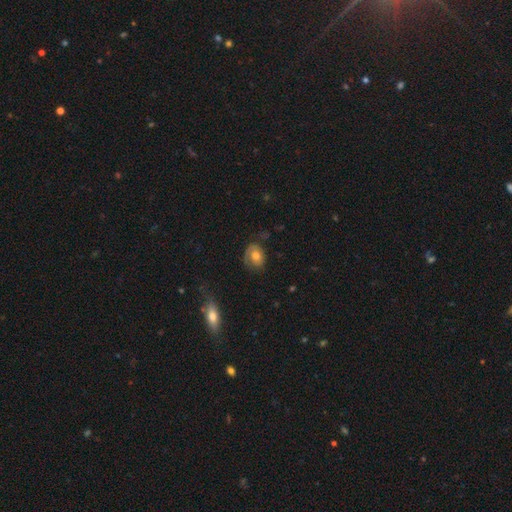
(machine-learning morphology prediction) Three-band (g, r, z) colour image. It shows a smooth galaxy with no disk features (50%). Merging: none (58%).